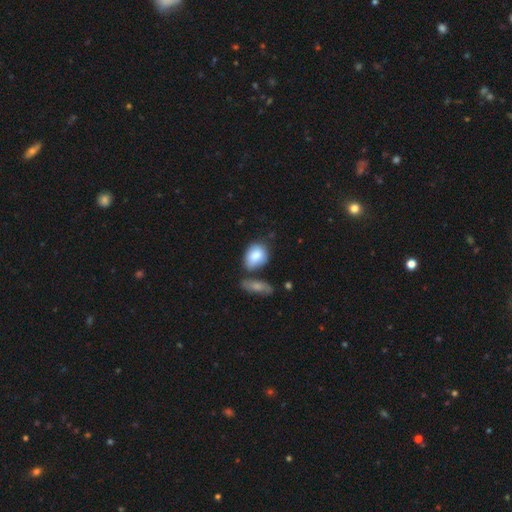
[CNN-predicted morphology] Smooth or featured?
  - smooth: 80% *
  - featured or disk: 13%
  - star or artifact: 7%
How rounded?
  - in between: 69% *
  - round: 29%
  - cigar-shaped: 2%
Merging?
  - none: 47% *
  - minor disturbance: 24%
  - merger: 22%
  - major disturbance: 7%